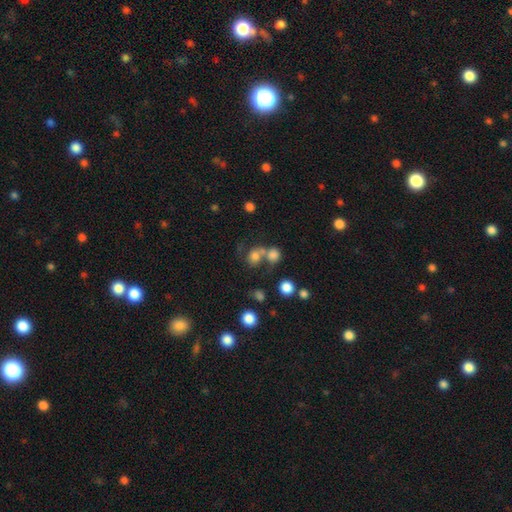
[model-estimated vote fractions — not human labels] smooth-or-featured: smooth: 70% | star or artifact: 16% | featured or disk: 14%
  how-rounded: round: 72% | in between: 27% | cigar-shaped: 1%
  merging: merger: 44% | none: 38% | minor disturbance: 10% | major disturbance: 8%